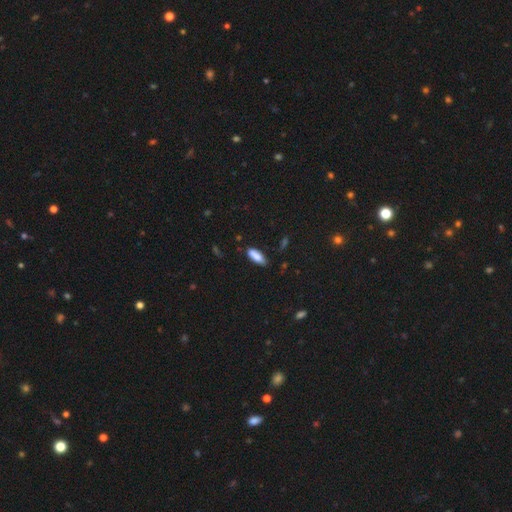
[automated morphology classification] smooth-or-featured: smooth: 84% | featured or disk: 9% | star or artifact: 8%
  how-rounded: in between: 60% | cigar-shaped: 38% | round: 2%
  merging: none: 69% | minor disturbance: 22% | merger: 5% | major disturbance: 5%